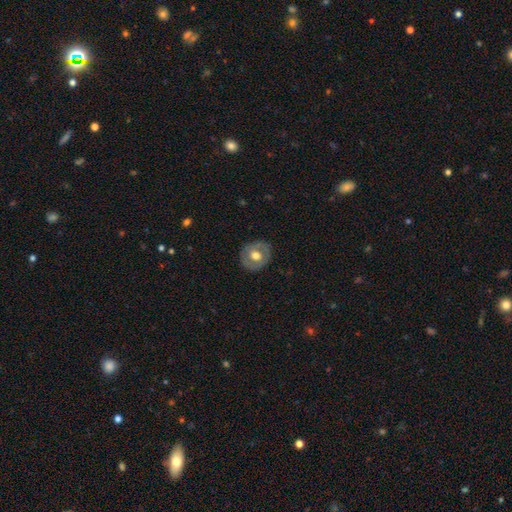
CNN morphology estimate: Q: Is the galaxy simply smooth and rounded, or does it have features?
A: smooth — 48%.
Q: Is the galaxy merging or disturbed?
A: none — 84%.